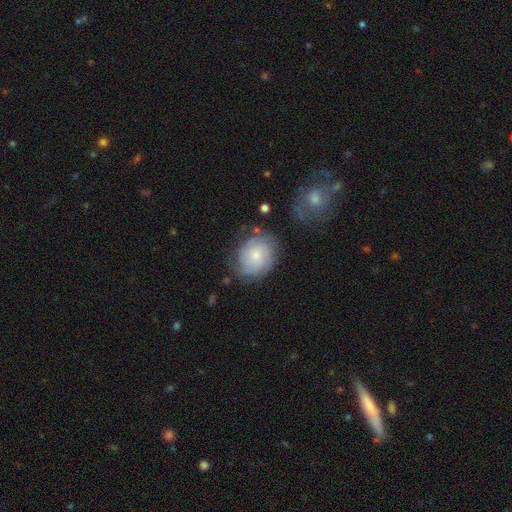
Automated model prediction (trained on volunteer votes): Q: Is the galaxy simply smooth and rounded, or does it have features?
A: featured or disk — 52%.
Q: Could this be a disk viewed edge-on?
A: no — 97%.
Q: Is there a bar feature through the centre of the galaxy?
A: no — 78%.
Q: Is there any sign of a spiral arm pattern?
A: yes — 84%.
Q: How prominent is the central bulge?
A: small — 57%.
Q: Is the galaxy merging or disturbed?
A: none — 64%.